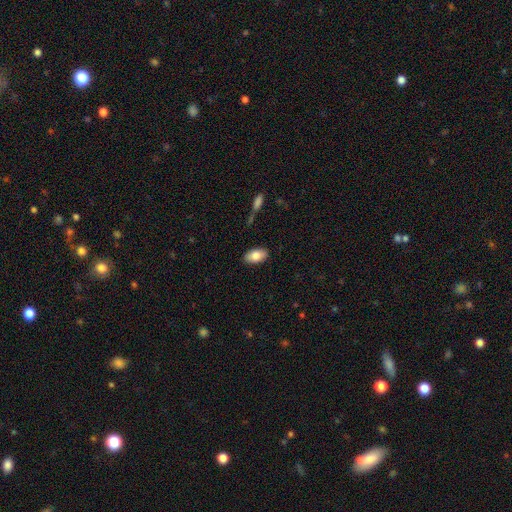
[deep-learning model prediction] Smooth or featured? Predicted: smooth (p=0.82). How rounded? Predicted: in between (p=0.94). Merging? Predicted: none (p=0.86).